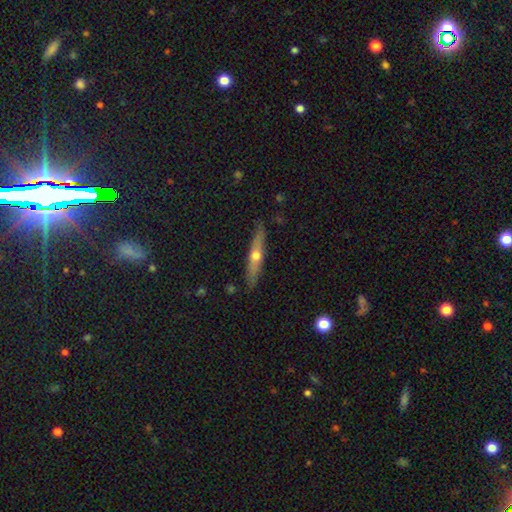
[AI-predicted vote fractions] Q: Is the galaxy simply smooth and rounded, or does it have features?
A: featured or disk — 55%.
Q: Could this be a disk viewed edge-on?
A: yes — 89%.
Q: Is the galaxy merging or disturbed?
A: none — 84%.